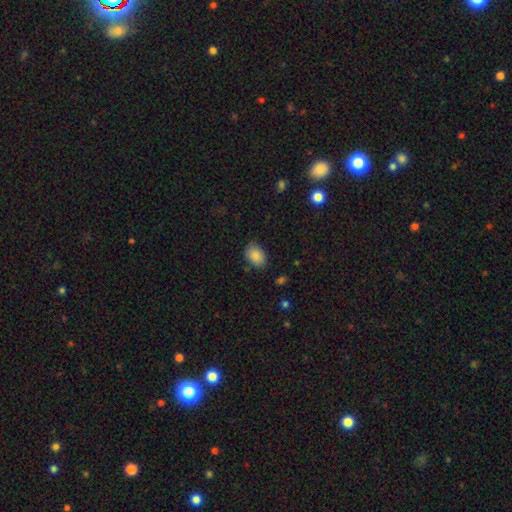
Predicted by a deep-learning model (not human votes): smooth-or-featured: smooth: 87% | star or artifact: 8% | featured or disk: 6%
  how-rounded: in between: 85% | round: 14% | cigar-shaped: 1%
  merging: none: 77% | minor disturbance: 18% | major disturbance: 3% | merger: 2%